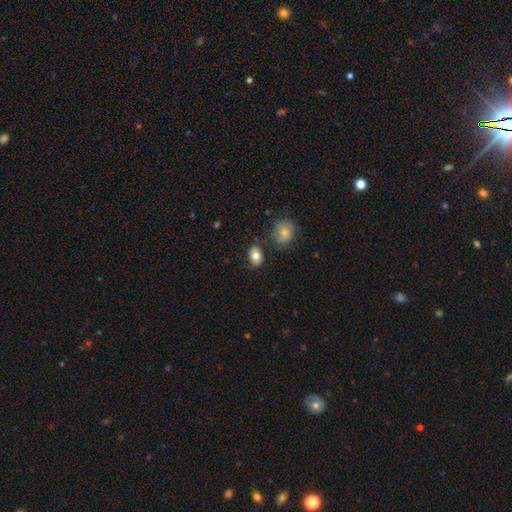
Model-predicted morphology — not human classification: smooth 80%, featured or disk 11%, star or artifact 9%. Down the decision tree: how rounded — in between (74%); merging — none (77%).